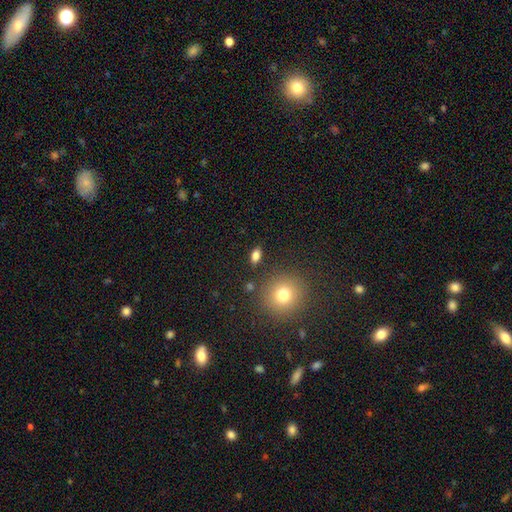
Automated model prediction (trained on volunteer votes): Q: Smooth or featured?
A: smooth (80%); runner-up: star or artifact (11%)
Q: How rounded?
A: in between (80%); runner-up: round (14%)
Q: Merging?
A: none (85%); runner-up: minor disturbance (9%)